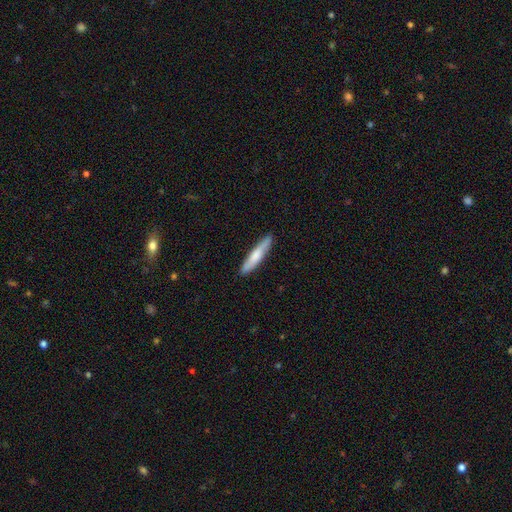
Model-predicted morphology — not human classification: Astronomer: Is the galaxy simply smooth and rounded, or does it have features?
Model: smooth — 67%.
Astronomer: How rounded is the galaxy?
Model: cigar-shaped — 91%.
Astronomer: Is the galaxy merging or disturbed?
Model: none — 88%.